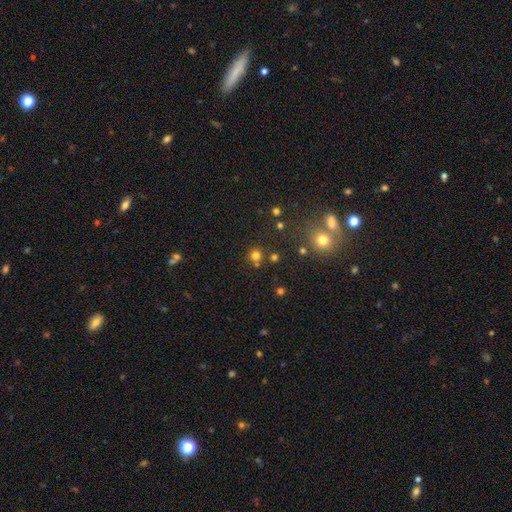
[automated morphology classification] A smooth galaxy with no disk features (73%) that is round (91%).

Vote fractions:
- Smooth or featured? smooth: 73% / star or artifact: 20% / featured or disk: 7%
- How rounded? round: 91% / in between: 8% / cigar-shaped: 1%
- Merging? none: 72% / merger: 17% / minor disturbance: 8% / major disturbance: 3%